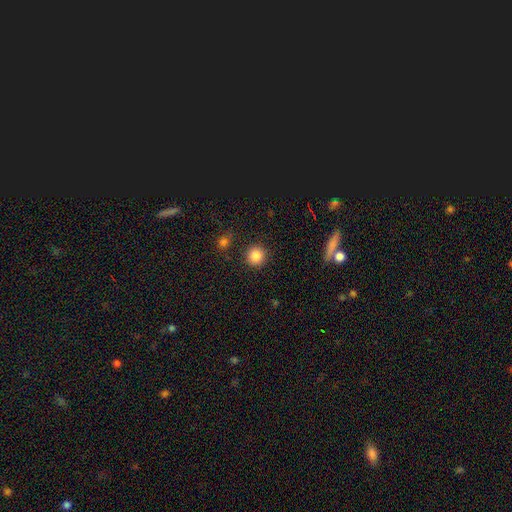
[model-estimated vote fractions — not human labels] smooth_or_featured: smooth (p=0.85) [alt: star or artifact p=0.11]
how_rounded: round (p=0.94) [alt: in between p=0.05]
merging: none (p=0.89) [alt: minor disturbance p=0.06]